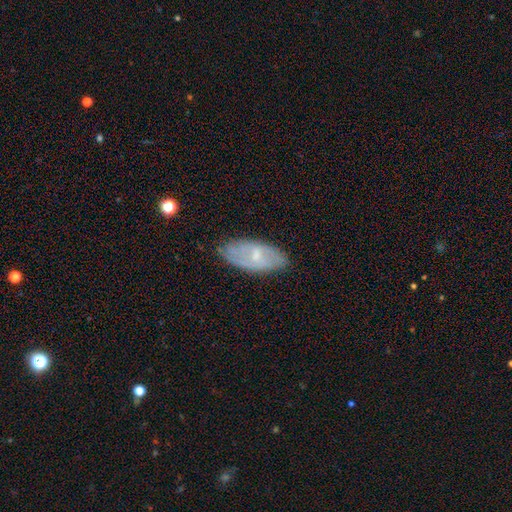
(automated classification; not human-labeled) Q: Smooth or featured?
A: featured or disk (56%); runner-up: smooth (37%)
Q: Edge-on disk?
A: no (88%); runner-up: yes (12%)
Q: Merging?
A: none (78%); runner-up: minor disturbance (17%)